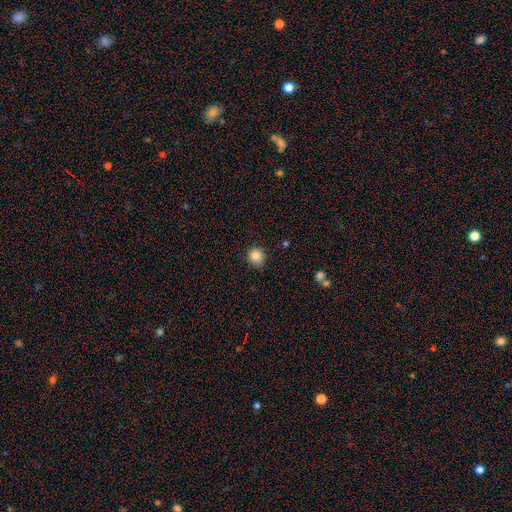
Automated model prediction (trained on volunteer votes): The model was most divided on "how rounded": round: 84%, in between: 15%, cigar-shaped: 1%. More confident: merging — none (87%); smooth or featured — smooth (84%).